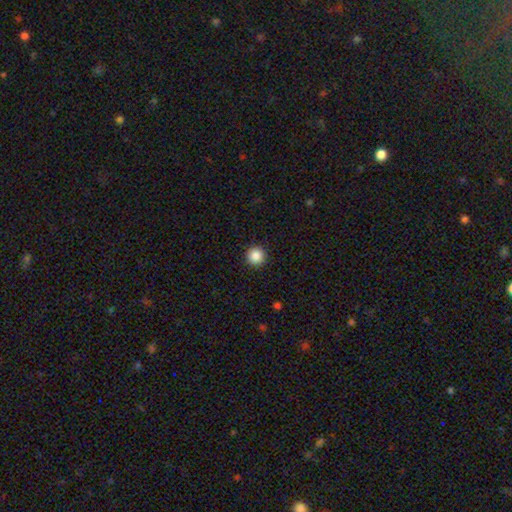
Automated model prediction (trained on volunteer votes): A smooth galaxy with no disk features (87%) that is round (96%).

Vote fractions:
- Smooth or featured? smooth: 87% / star or artifact: 10% / featured or disk: 4%
- How rounded? round: 96% / in between: 3% / cigar-shaped: 1%
- Merging? none: 93% / minor disturbance: 5% / major disturbance: 2% / merger: 1%